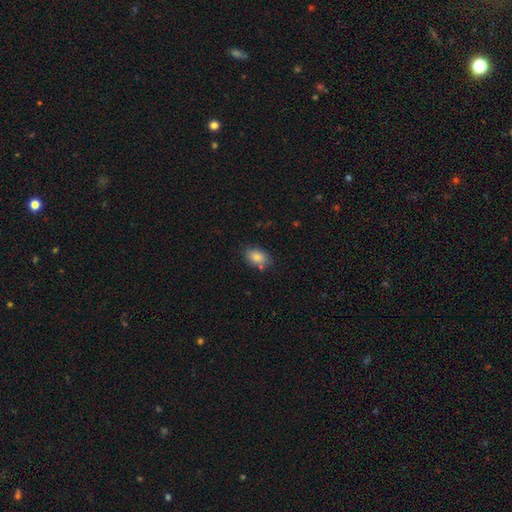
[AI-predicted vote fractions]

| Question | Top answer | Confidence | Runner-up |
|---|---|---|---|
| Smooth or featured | smooth | 82% | star or artifact (12%) |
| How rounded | in between | 78% | round (21%) |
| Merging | none | 78% | minor disturbance (14%) |